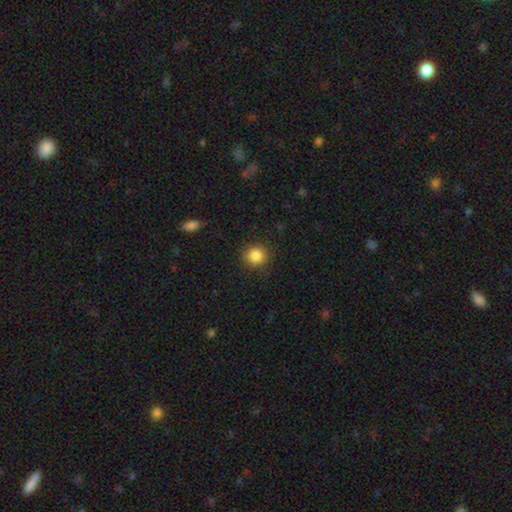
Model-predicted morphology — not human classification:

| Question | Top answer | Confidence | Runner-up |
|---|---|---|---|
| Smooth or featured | smooth | 86% | star or artifact (10%) |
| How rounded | round | 90% | in between (9%) |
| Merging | none | 89% | minor disturbance (8%) |